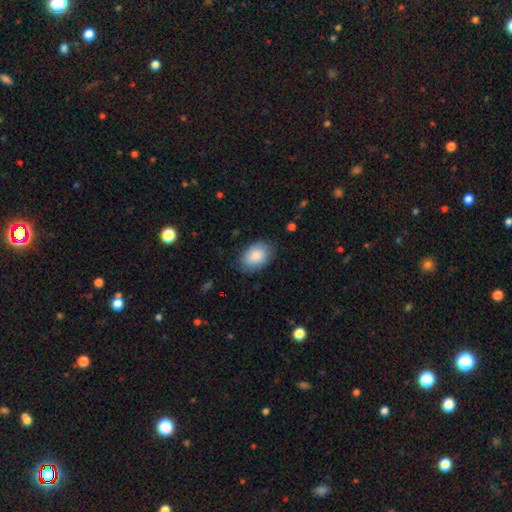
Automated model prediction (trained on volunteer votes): This is clearly a smooth galaxy (86%). How rounded: clearly in between (86%). Merging: likely none (80%).